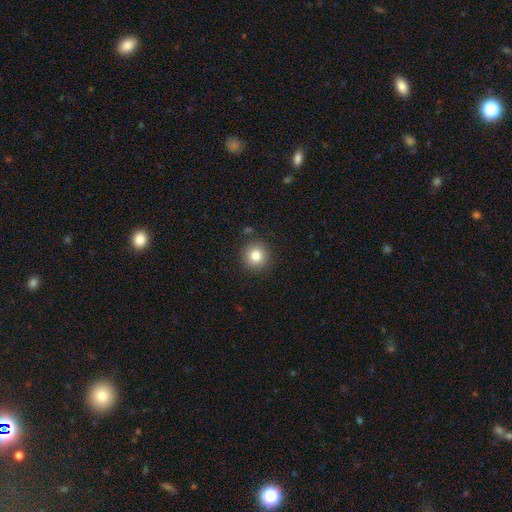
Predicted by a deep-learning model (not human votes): Smooth or featured?
  - smooth: 82% *
  - star or artifact: 11%
  - featured or disk: 7%
How rounded?
  - round: 92% *
  - in between: 7%
  - cigar-shaped: 1%
Merging?
  - none: 88% *
  - minor disturbance: 7%
  - major disturbance: 2%
  - merger: 2%